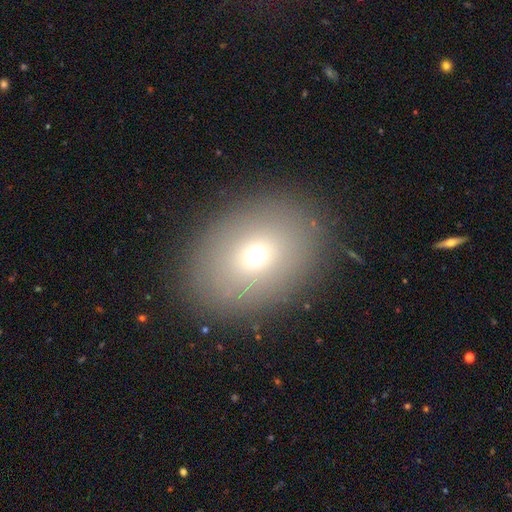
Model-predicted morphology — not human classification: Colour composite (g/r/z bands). It shows a smooth galaxy with no disk features (67%) that is in between round and cigar-shaped (62%). Merging: none (86%).